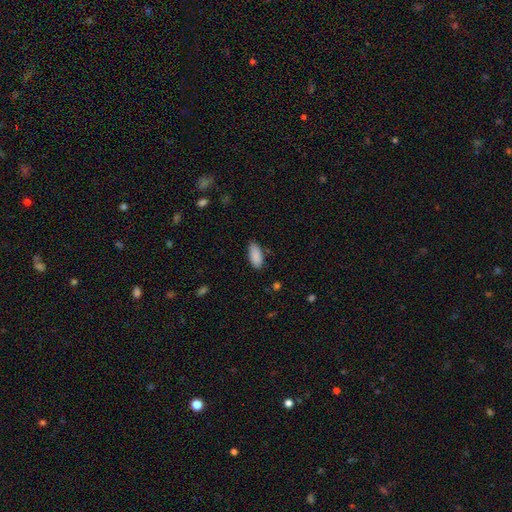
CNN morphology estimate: smooth_or_featured: smooth (p=0.89) [alt: star or artifact p=0.06]
how_rounded: in between (p=0.87) [alt: cigar-shaped p=0.11]
merging: none (p=0.82) [alt: minor disturbance p=0.13]